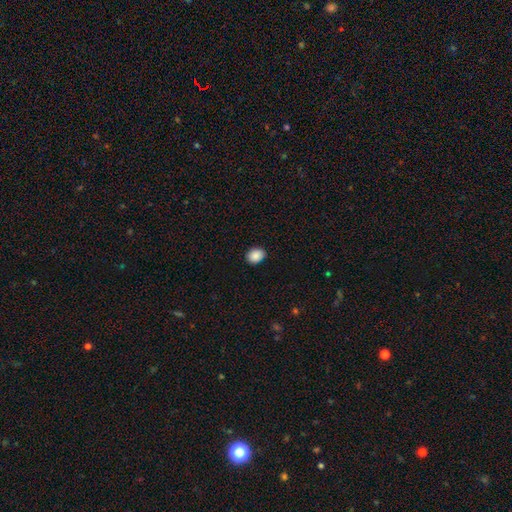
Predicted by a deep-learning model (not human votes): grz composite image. It shows a smooth galaxy with no disk features (89%) that is in between round and cigar-shaped (55%). Merging: none (88%).